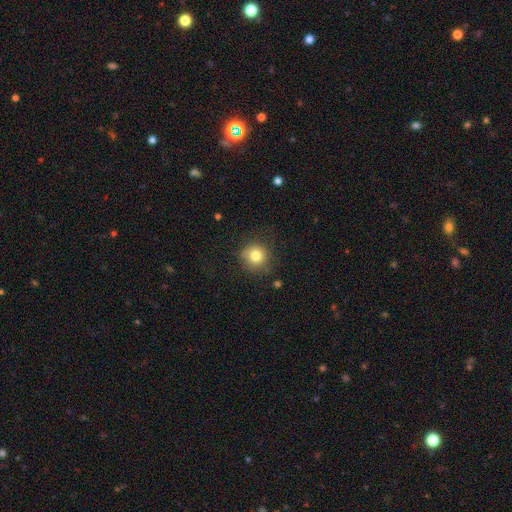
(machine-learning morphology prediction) Smooth or featured? Predicted: smooth (p=0.80). How rounded? Predicted: round (p=0.91). Merging? Predicted: none (p=0.80).